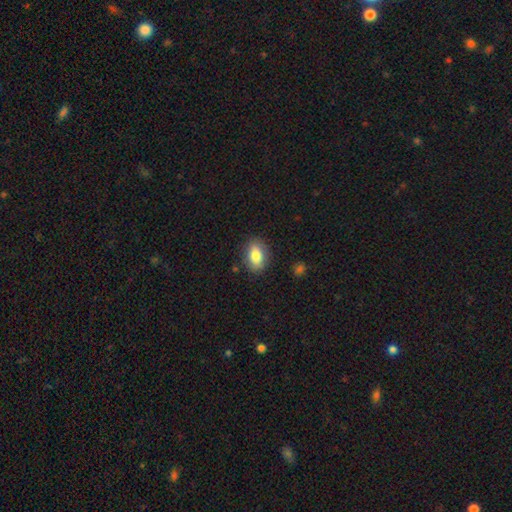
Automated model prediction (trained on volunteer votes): A smooth galaxy with no disk features (81%) that is in between round and cigar-shaped (83%).

Vote fractions:
- Smooth or featured? smooth: 81% / featured or disk: 11% / star or artifact: 8%
- How rounded? in between: 83% / round: 15% / cigar-shaped: 2%
- Merging? none: 85% / minor disturbance: 11% / major disturbance: 3% / merger: 2%